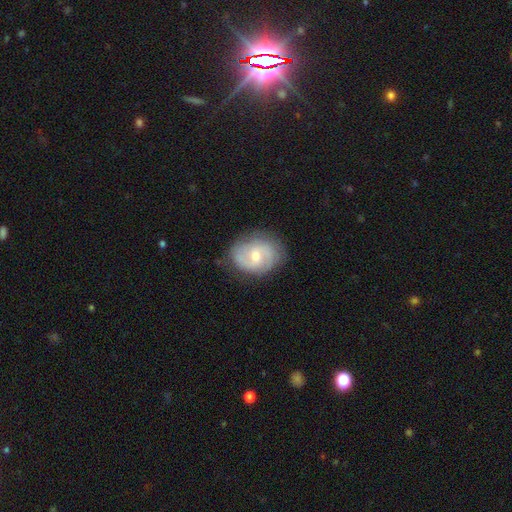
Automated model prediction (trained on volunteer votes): Smooth or featured?
  - featured or disk: 71% *
  - smooth: 23%
  - star or artifact: 6%
Edge-on disk?
  - no: 97% *
  - yes: 3%
Bar?
  - weak: 47% *
  - no: 45%
  - strong: 7%
Spiral arms?
  - yes: 92% *
  - no: 8%
Spiral winding?
  - medium: 47% *
  - tight: 34%
  - loose: 19%
Spiral arm count?
  - 2: 66% *
  - can't tell: 17%
  - 3: 10%
  - 1: 3%
  - 4: 2%
  - more than 4: 2%
Bulge size?
  - moderate: 52% *
  - small: 43%
  - large: 2%
  - none: 2%
  - dominant: 1%
Merging?
  - none: 76% *
  - minor disturbance: 18%
  - major disturbance: 6%
  - merger: 1%